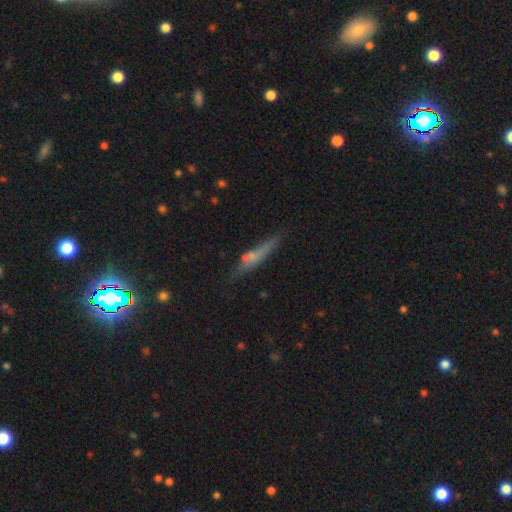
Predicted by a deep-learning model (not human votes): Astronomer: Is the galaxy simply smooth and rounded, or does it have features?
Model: smooth — 50% (runner-up: featured or disk, 39%).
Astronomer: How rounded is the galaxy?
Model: cigar-shaped — 86%.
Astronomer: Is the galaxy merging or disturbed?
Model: none — 69%.